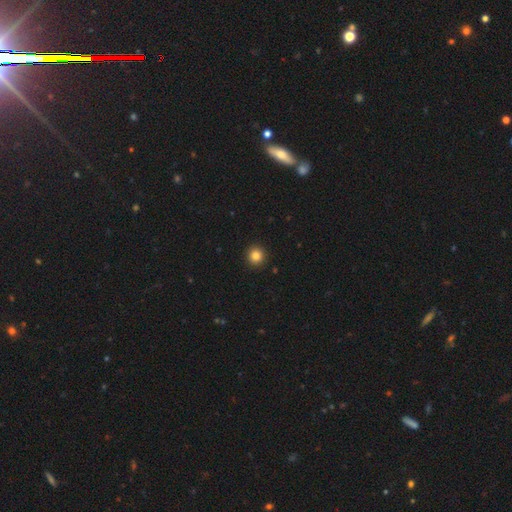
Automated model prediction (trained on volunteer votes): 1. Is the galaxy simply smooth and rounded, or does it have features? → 85% smooth, 11% star or artifact, 4% featured or disk.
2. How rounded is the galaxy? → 95% round, 4% in between, 1% cigar-shaped.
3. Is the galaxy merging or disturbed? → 93% none, 4% minor disturbance, 1% major disturbance, 1% merger.